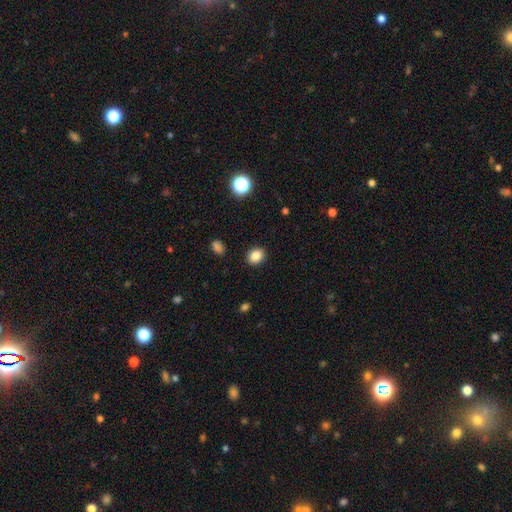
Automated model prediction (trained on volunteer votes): smooth_or_featured: smooth (p=0.85) [alt: star or artifact p=0.10]
how_rounded: round (p=0.51) [alt: in between p=0.48]
merging: none (p=0.89) [alt: minor disturbance p=0.07]